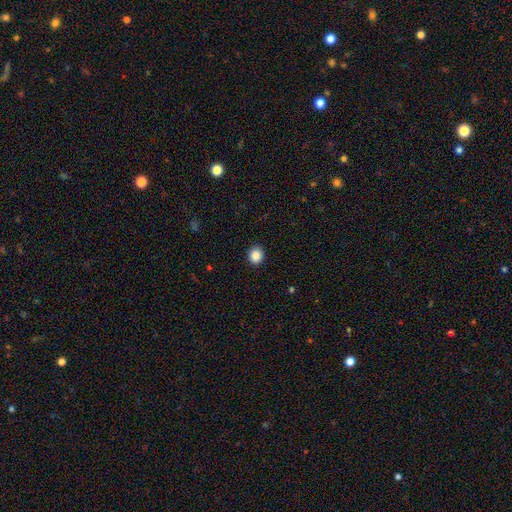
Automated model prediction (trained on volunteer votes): smooth_or_featured: smooth (p=0.87) [alt: star or artifact p=0.10]
how_rounded: round (p=0.81) [alt: in between p=0.18]
merging: none (p=0.92) [alt: minor disturbance p=0.06]